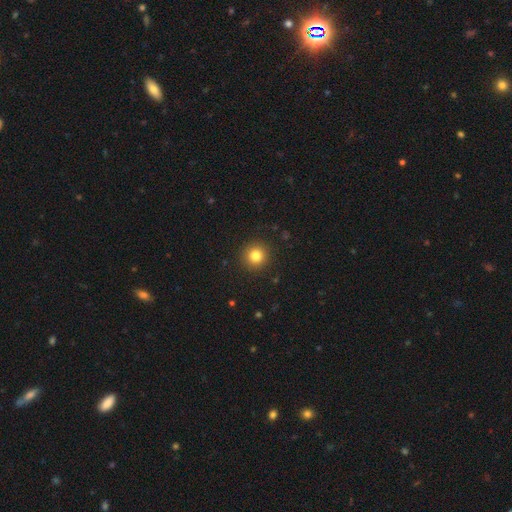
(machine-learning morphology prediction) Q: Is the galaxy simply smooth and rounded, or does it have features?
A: smooth — 82%.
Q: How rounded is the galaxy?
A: round — 95%.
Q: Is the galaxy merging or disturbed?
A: none — 92%.